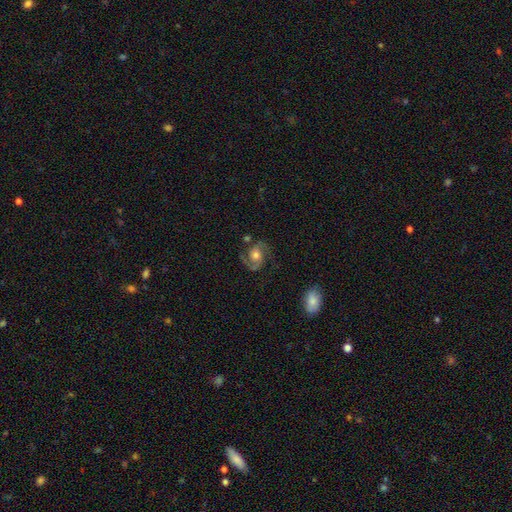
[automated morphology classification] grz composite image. It shows a featured or disk galaxy (86%) with no bar (67%), 2 (93%) medium (58%) spiral arms (97%) and a moderate central bulge (64%). Merging: none (76%).